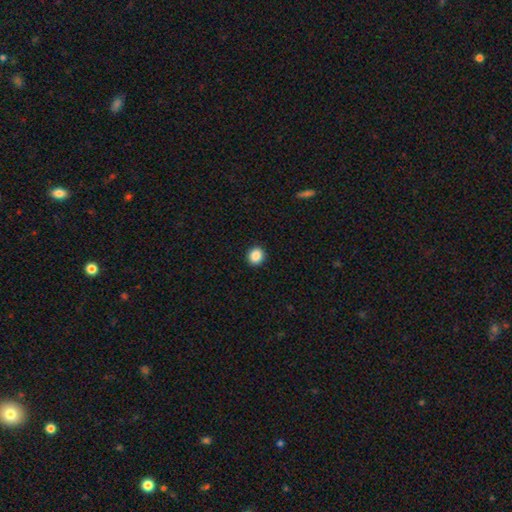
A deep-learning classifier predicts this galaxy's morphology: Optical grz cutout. It shows a smooth galaxy with no disk features (88%) that is round (83%). Merging: none (93%).